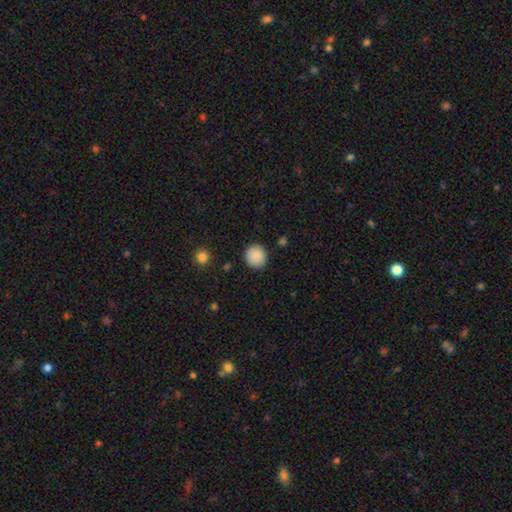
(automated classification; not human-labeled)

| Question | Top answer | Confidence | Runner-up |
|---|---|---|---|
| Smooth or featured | smooth | 89% | star or artifact (8%) |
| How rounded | round | 90% | in between (9%) |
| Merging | none | 89% | minor disturbance (7%) |